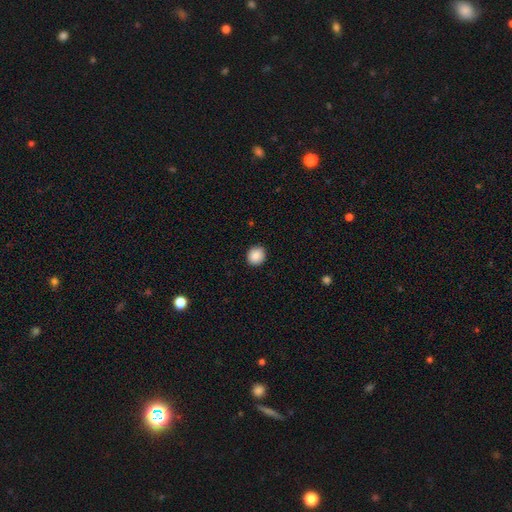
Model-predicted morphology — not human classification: smooth-or-featured: smooth: 87% | star or artifact: 8% | featured or disk: 5%
  how-rounded: round: 84% | in between: 15% | cigar-shaped: 1%
  merging: none: 90% | minor disturbance: 7% | major disturbance: 2% | merger: 1%